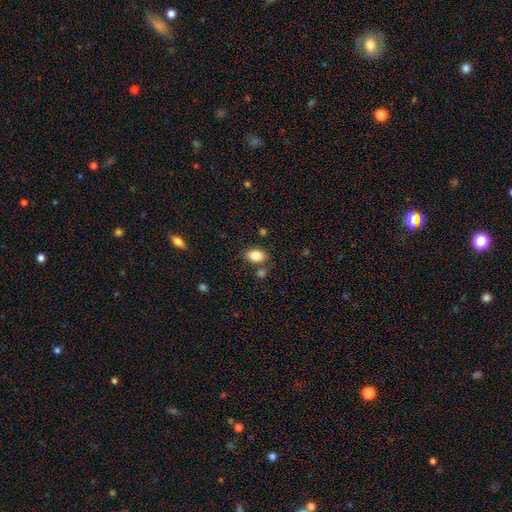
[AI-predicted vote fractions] This appears to be a smooth galaxy with no disk features (85%) that is in between round and cigar-shaped (88%). Merging: none (78%).